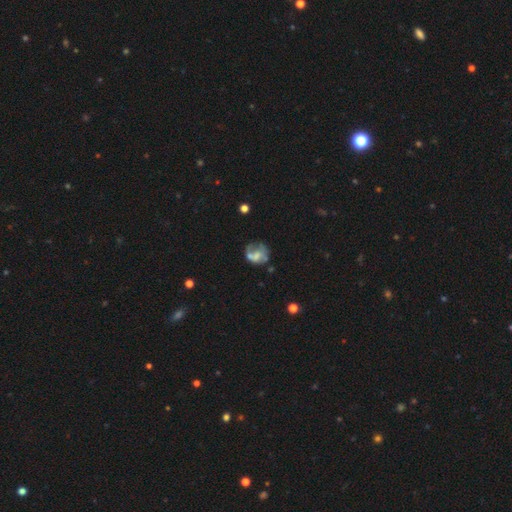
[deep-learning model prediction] Q: Smooth or featured?
A: featured or disk (48%); runner-up: smooth (40%)
Q: Merging?
A: none (37%); runner-up: major disturbance (28%)